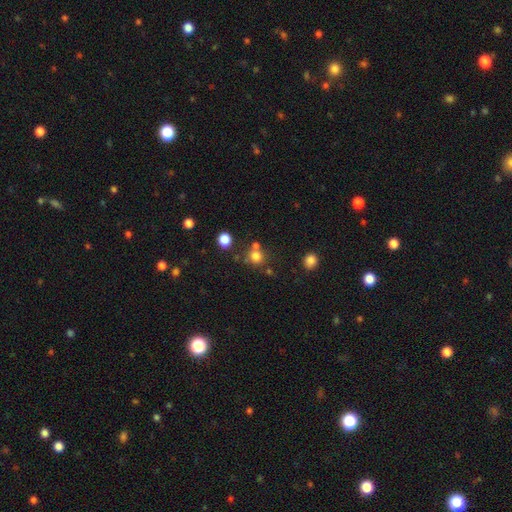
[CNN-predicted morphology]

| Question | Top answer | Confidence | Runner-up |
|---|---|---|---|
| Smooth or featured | smooth | 77% | star or artifact (16%) |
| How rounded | round | 87% | in between (12%) |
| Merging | none | 63% | merger (23%) |